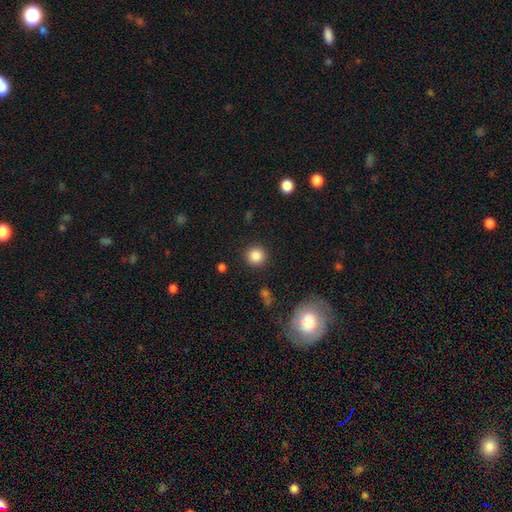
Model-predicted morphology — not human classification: This appears to be a smooth galaxy with no disk features (85%) that is round (94%). Merging: none (90%).